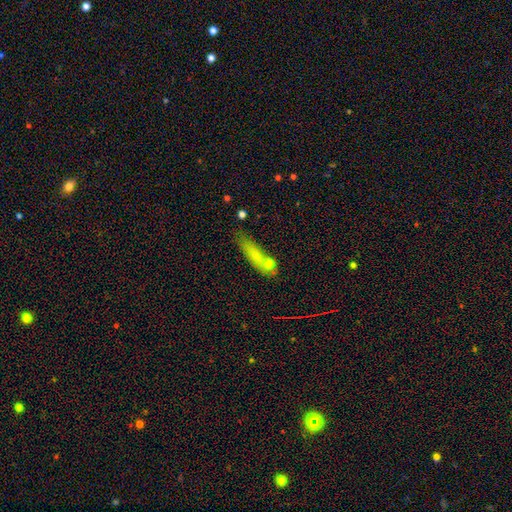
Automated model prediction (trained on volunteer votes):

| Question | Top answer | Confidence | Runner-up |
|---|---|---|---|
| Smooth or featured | smooth | 70% | featured or disk (17%) |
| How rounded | cigar-shaped | 67% | in between (28%) |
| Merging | none | 61% | minor disturbance (20%) |